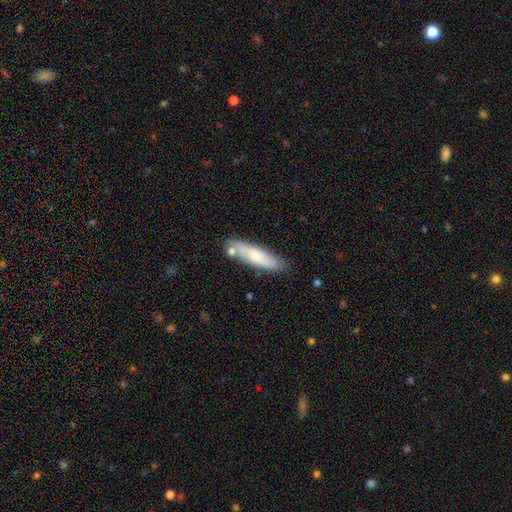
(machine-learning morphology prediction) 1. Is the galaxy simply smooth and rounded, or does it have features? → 70% smooth, 24% featured or disk, 6% star or artifact.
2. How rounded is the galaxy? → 68% cigar-shaped, 30% in between, 2% round.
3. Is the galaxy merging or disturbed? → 74% none, 15% minor disturbance, 8% merger, 3% major disturbance.